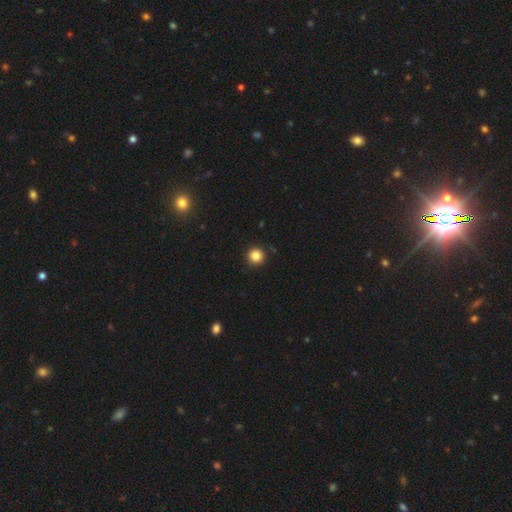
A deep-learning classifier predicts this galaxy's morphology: Smooth or featured?
  - smooth: 85% *
  - star or artifact: 11%
  - featured or disk: 4%
How rounded?
  - round: 95% *
  - in between: 4%
  - cigar-shaped: 1%
Merging?
  - none: 91% *
  - minor disturbance: 6%
  - major disturbance: 2%
  - merger: 1%